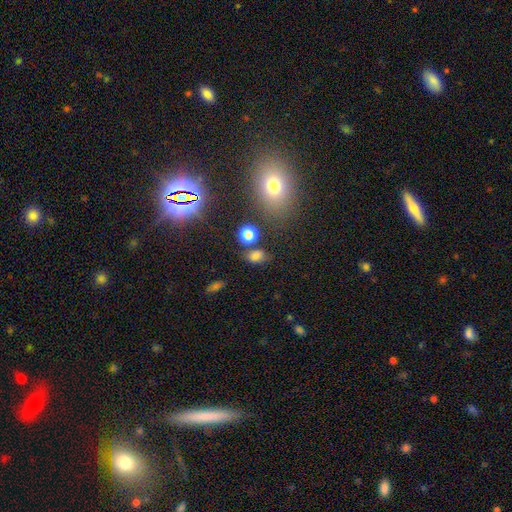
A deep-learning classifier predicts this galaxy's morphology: Overall: smooth (71%). How rounded: in between (64%; round 33%). Merging: none (63%).